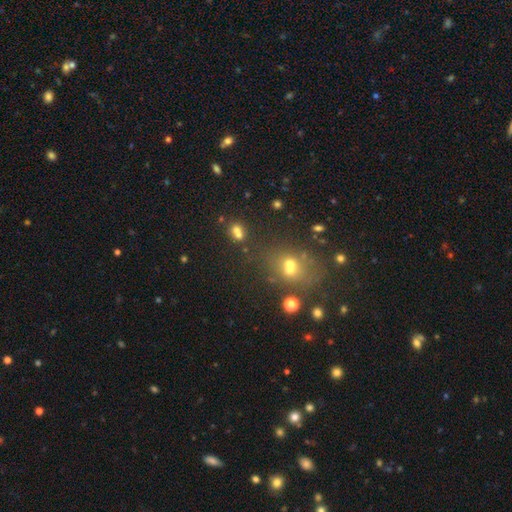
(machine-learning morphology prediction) type=smooth (51%); roundness=round (73%); merging=none (70%).